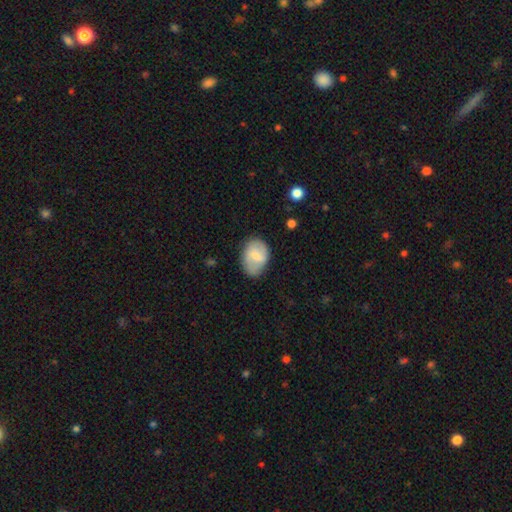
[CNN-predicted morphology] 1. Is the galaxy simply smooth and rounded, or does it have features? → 65% smooth, 28% featured or disk, 7% star or artifact.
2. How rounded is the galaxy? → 79% in between, 20% round, 1% cigar-shaped.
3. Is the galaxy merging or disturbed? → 63% none, 27% minor disturbance, 7% major disturbance, 2% merger.